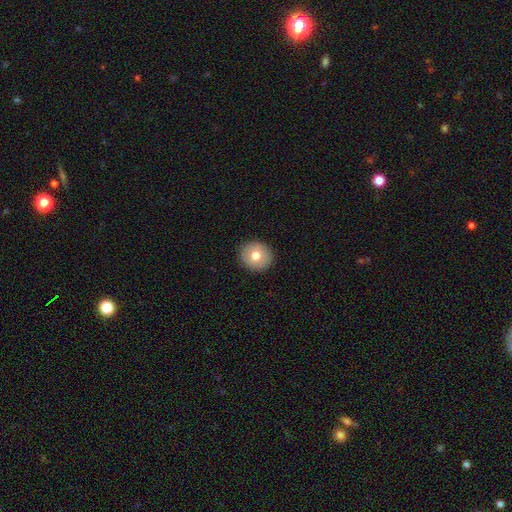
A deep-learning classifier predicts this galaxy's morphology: Q: Smooth or featured?
A: smooth (72%); runner-up: featured or disk (20%)
Q: How rounded?
A: round (90%); runner-up: in between (9%)
Q: Merging?
A: none (92%); runner-up: minor disturbance (6%)